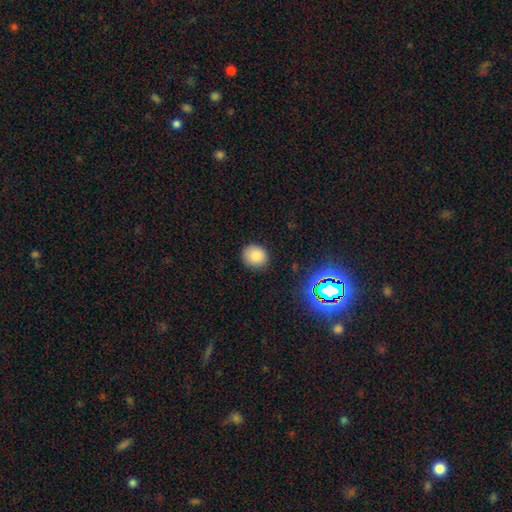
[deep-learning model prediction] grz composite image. It shows a smooth galaxy with no disk features (82%) that is round (74%). Merging: none (85%).